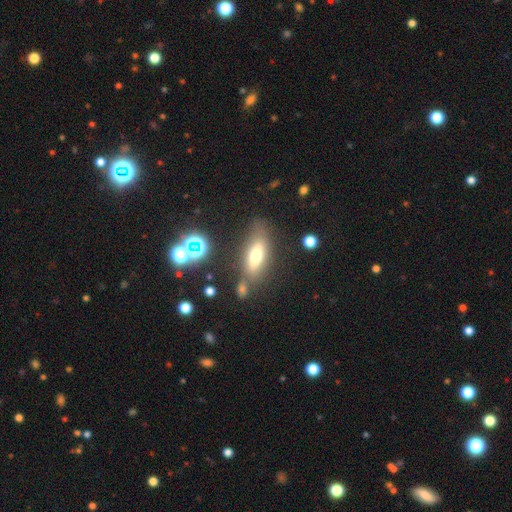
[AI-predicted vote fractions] Smooth or featured? smooth (59%)
How rounded? in between (62%)
Merging? none (66%)